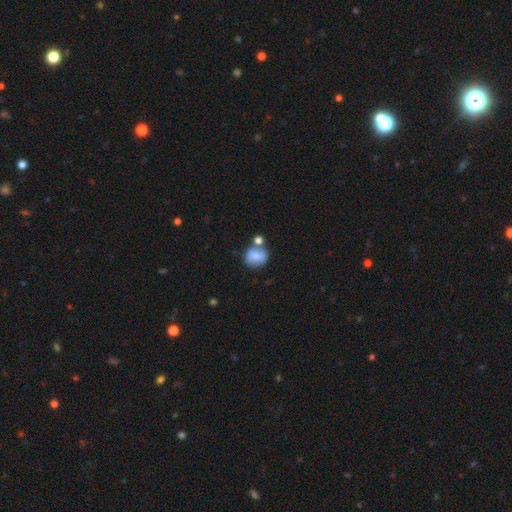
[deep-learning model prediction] This appears to be a smooth galaxy with no disk features (74%) that is round (68%). Merging: none (48%).